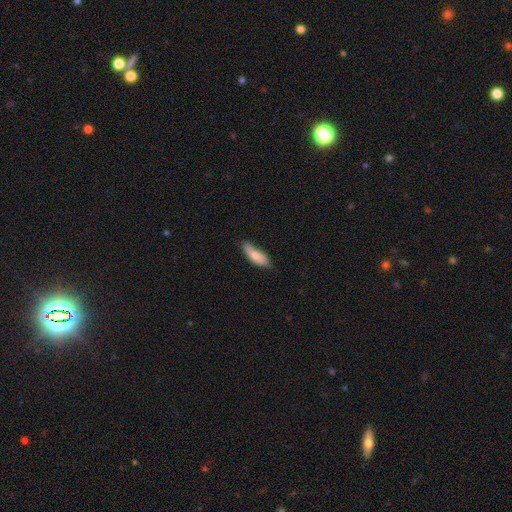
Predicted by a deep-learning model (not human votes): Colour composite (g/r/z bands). It shows a smooth galaxy with no disk features (80%) that is in between round and cigar-shaped (56%). Merging: none (63%).